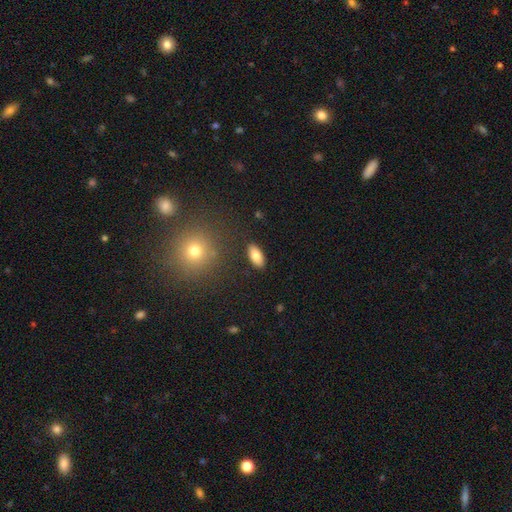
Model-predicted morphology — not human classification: smooth_or_featured: smooth (p=0.82) [alt: featured or disk p=0.10]
how_rounded: in between (p=0.90) [alt: cigar-shaped p=0.07]
merging: none (p=0.88) [alt: minor disturbance p=0.08]